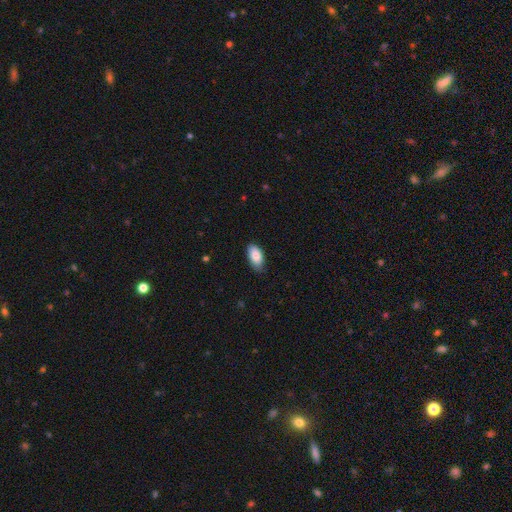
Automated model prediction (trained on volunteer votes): This is clearly a smooth galaxy (87%). How rounded: clearly in between (94%). Merging: likely none (78%).